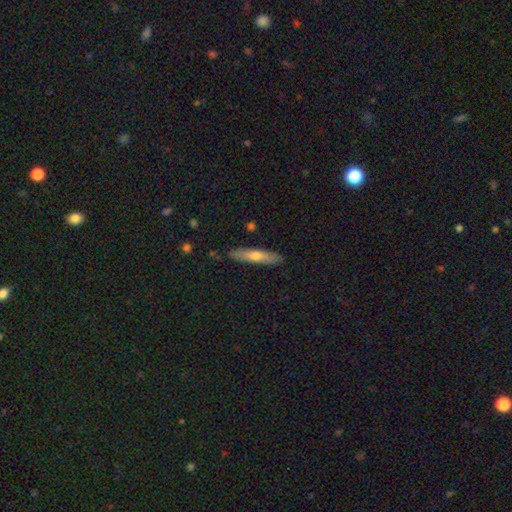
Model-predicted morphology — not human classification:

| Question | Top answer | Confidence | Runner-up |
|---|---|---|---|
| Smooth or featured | smooth | 57% | featured or disk (37%) |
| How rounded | cigar-shaped | 84% | in between (14%) |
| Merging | none | 87% | minor disturbance (10%) |